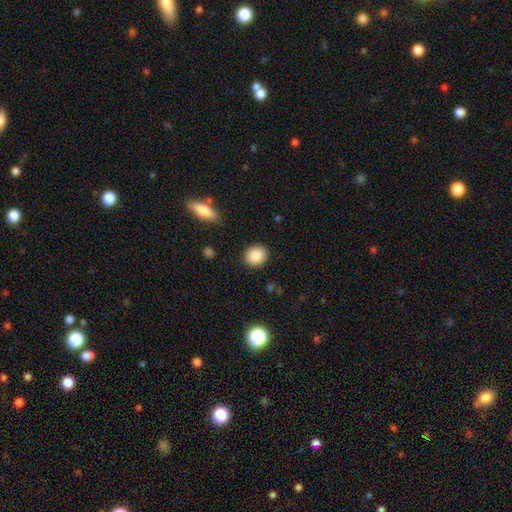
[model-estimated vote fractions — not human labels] smooth 87%, star or artifact 8%, featured or disk 4%. Down the decision tree: how rounded — round (67%); merging — none (89%).